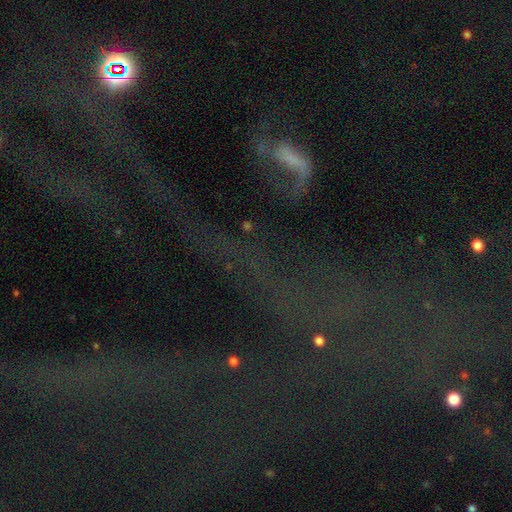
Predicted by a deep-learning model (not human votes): Smooth or featured: star or artifact — 61% (featured or disk — 23%)